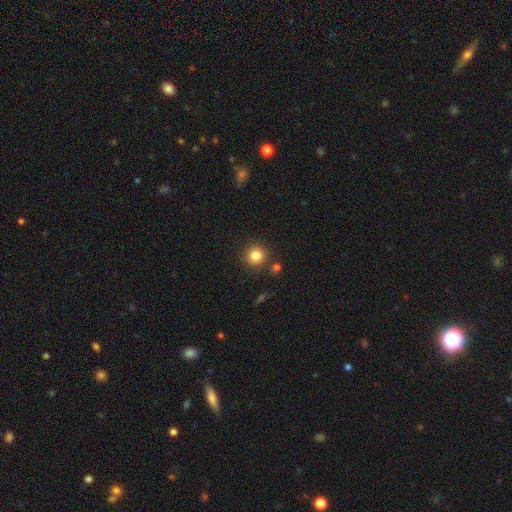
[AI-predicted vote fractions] A smooth galaxy with no disk features (83%) that is round (94%). Merging: none (85%).